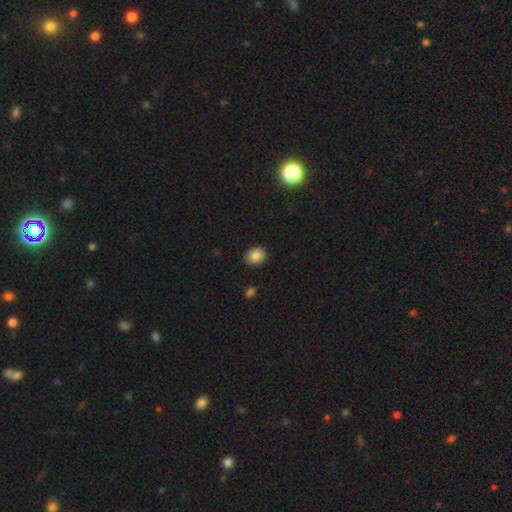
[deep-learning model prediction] The model was most divided on "how rounded": round: 57%, in between: 42%, cigar-shaped: 1%. More confident: merging — none (87%); smooth or featured — smooth (85%).